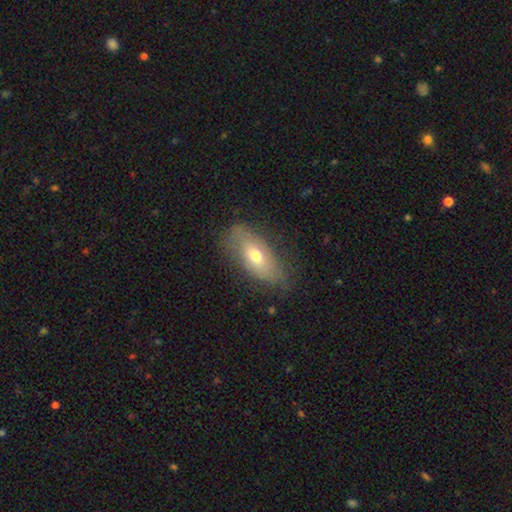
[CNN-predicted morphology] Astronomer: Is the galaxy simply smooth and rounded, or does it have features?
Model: smooth — 51% (runner-up: featured or disk, 40%).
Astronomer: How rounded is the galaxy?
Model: in between — 80%.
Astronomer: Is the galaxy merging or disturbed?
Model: none — 72%.